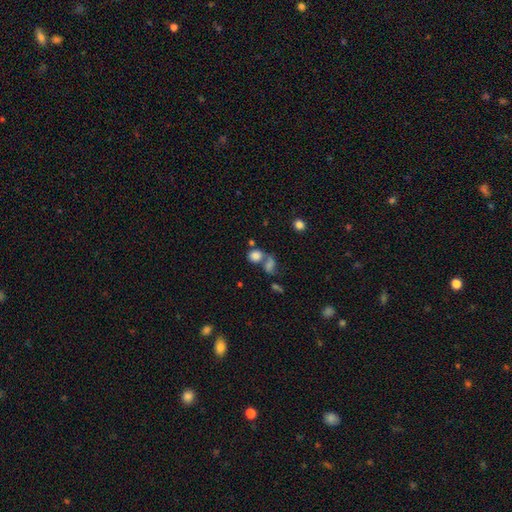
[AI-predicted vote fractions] smooth-or-featured: smooth: 79% | star or artifact: 12% | featured or disk: 9%
  how-rounded: round: 71% | in between: 27% | cigar-shaped: 2%
  merging: merger: 43% | none: 40% | minor disturbance: 10% | major disturbance: 7%